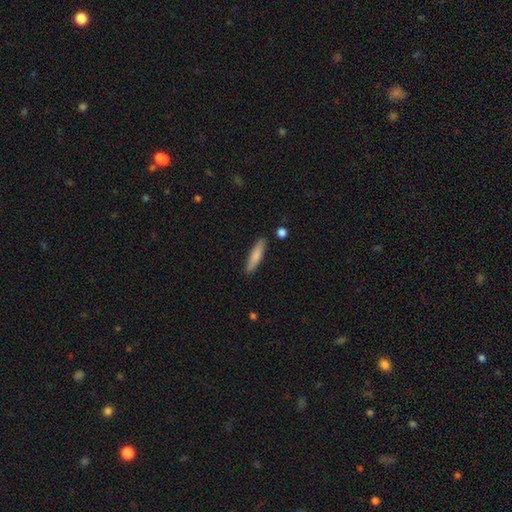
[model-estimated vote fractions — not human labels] Morphology: type=smooth (76%); roundness=cigar-shaped (83%); merging=none (86%).